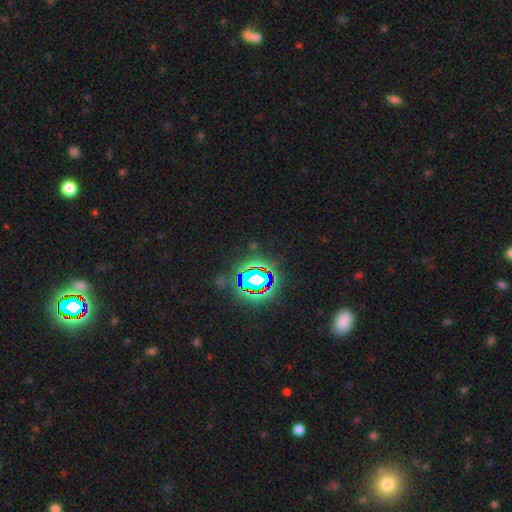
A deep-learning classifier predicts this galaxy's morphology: Smooth or featured? Predicted: star or artifact (p=0.78).